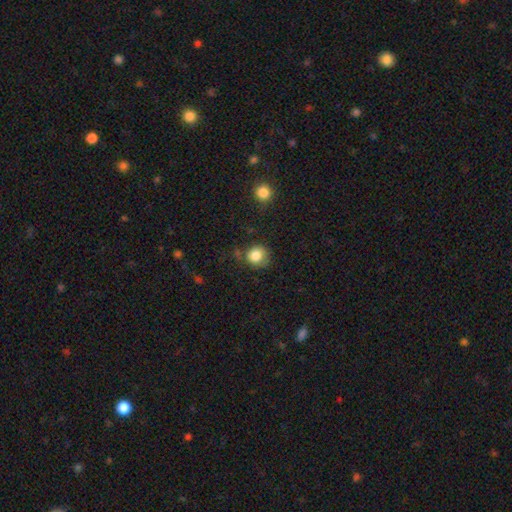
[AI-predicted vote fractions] Smooth or featured?
  - smooth: 84% *
  - star or artifact: 10%
  - featured or disk: 6%
How rounded?
  - round: 85% *
  - in between: 14%
  - cigar-shaped: 1%
Merging?
  - none: 67% *
  - minor disturbance: 21%
  - major disturbance: 7%
  - merger: 5%